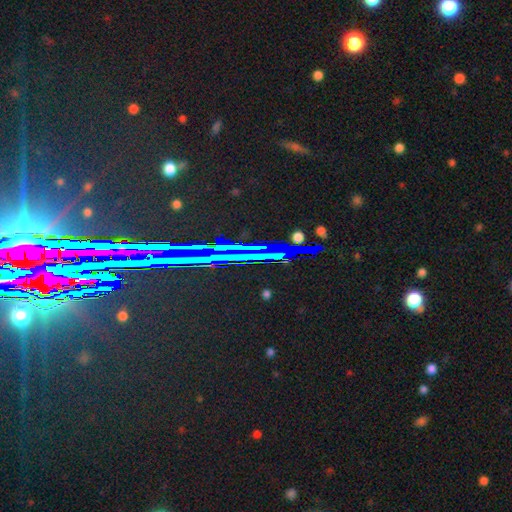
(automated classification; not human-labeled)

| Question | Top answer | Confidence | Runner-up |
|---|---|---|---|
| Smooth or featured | star or artifact | 69% | featured or disk (16%) |